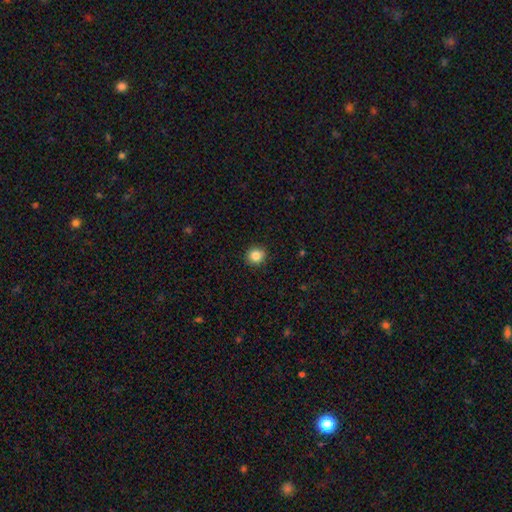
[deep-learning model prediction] Smooth or featured? Predicted: smooth (p=0.85). How rounded? Predicted: round (p=0.88). Merging? Predicted: none (p=0.91).